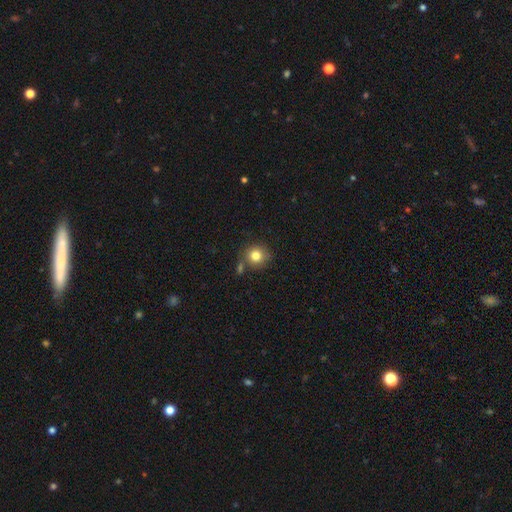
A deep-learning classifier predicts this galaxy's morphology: smooth_or_featured: smooth (p=0.81) [alt: star or artifact p=0.11]
how_rounded: round (p=0.89) [alt: in between p=0.10]
merging: none (p=0.75) [alt: minor disturbance p=0.11]